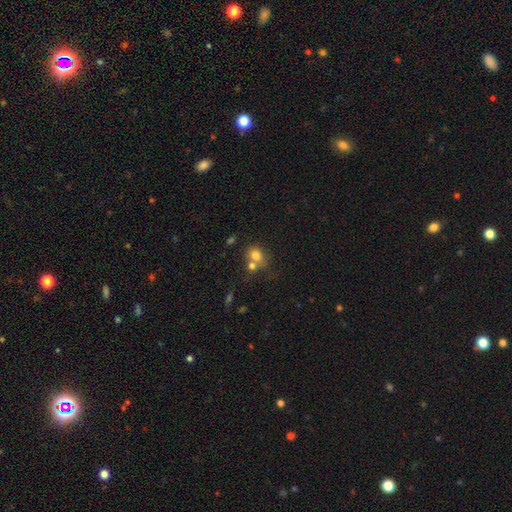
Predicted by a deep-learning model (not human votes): A smooth galaxy with no disk features (77%) that is round (52%). Merging: merger (42%, tied with none).